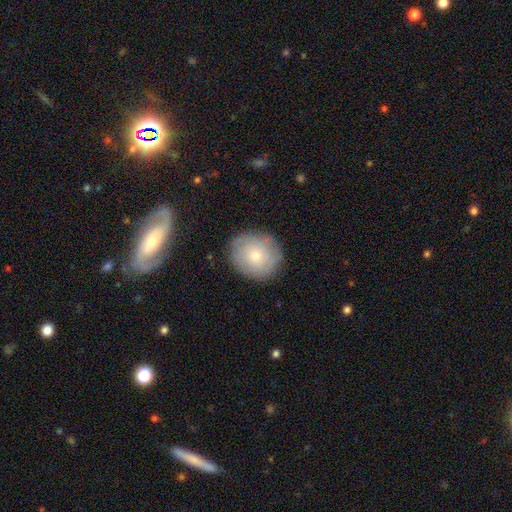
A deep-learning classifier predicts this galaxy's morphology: Smooth or featured?
  - smooth: 71% *
  - featured or disk: 21%
  - star or artifact: 7%
How rounded?
  - round: 84% *
  - in between: 15%
  - cigar-shaped: 1%
Merging?
  - none: 85% *
  - minor disturbance: 11%
  - major disturbance: 3%
  - merger: 1%